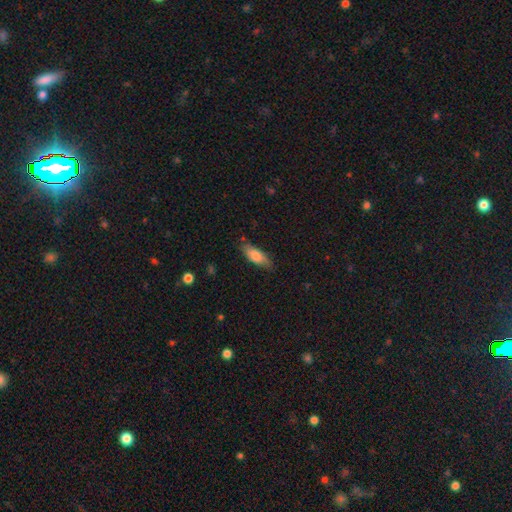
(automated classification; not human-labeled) Morphology: type=smooth (79%); roundness=in between (69%); merging=none (78%).